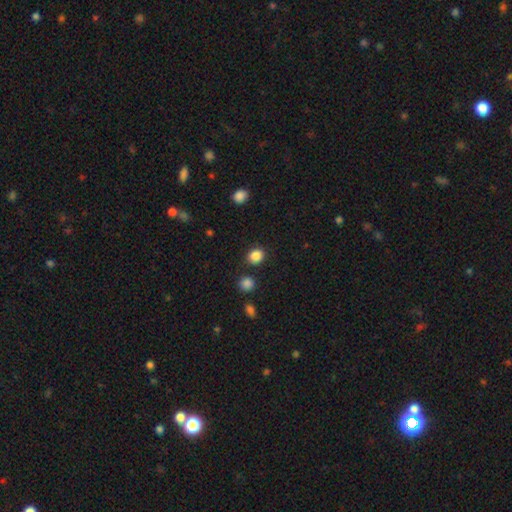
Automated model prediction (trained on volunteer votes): A smooth galaxy with no disk features (86%) that is round (68%). Merging: none (82%).